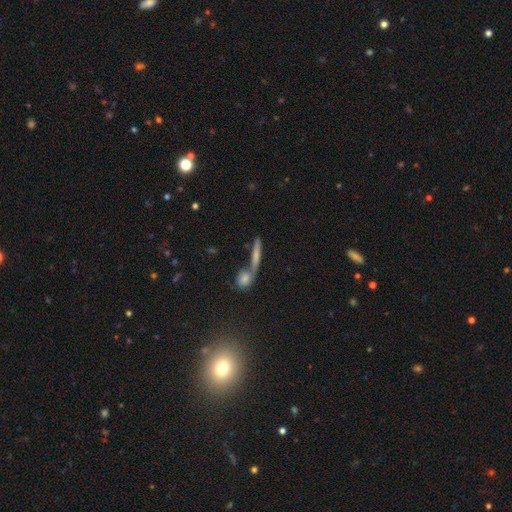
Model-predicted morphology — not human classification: type=smooth (42%); merging=none (54%).